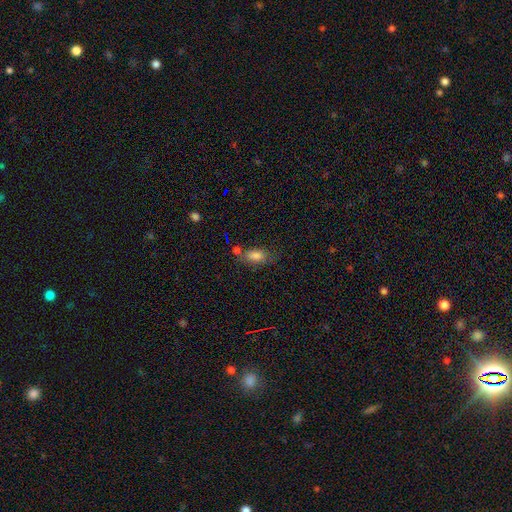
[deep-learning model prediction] This appears to be a smooth galaxy with no disk features (79%) that is in between round and cigar-shaped (85%). Merging: none (52%).